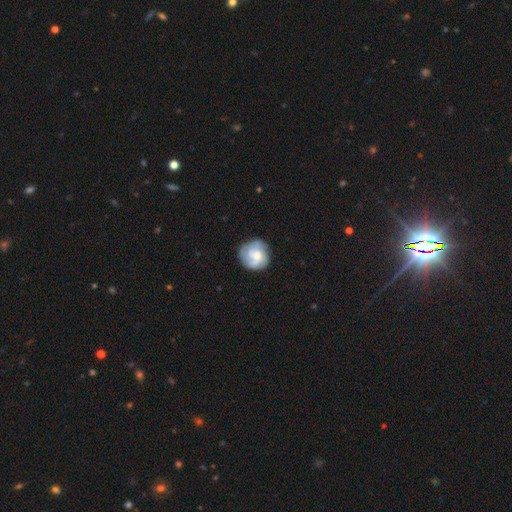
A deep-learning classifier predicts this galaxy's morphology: smooth_or_featured: featured or disk (p=0.54) [alt: smooth p=0.39]
disk_edge_on: no (p=0.98) [alt: yes p=0.02]
bar: no (p=0.72) [alt: weak p=0.25]
has_spiral_arms: yes (p=0.81) [alt: no p=0.19]
bulge_size: moderate (p=0.49) [alt: small p=0.33]
merging: none (p=0.75) [alt: minor disturbance p=0.17]